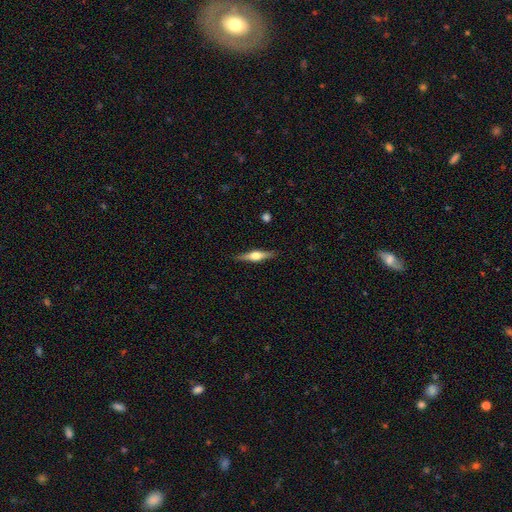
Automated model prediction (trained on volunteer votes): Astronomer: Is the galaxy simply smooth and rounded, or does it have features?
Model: featured or disk — 65%.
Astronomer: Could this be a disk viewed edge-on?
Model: yes — 97%.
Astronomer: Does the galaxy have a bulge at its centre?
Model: rounded — 93%.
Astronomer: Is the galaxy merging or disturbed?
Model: none — 89%.